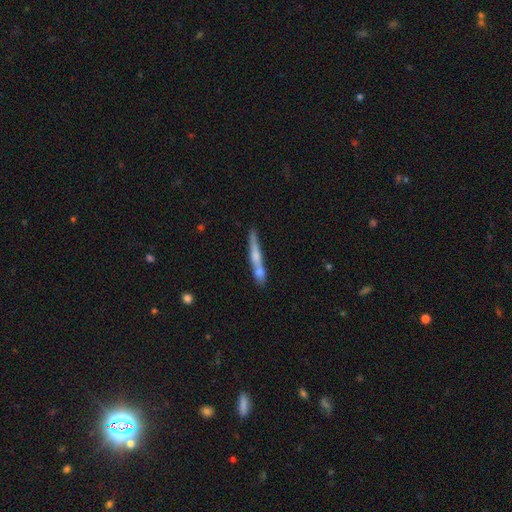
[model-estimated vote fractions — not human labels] Morphology: type=smooth (49%); merging=none (60%).